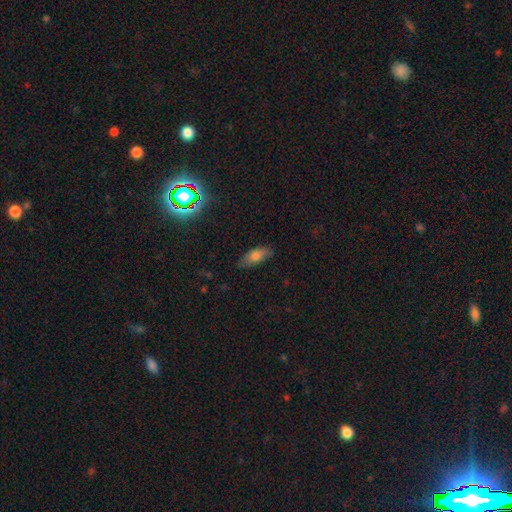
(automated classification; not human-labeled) A smooth galaxy with no disk features (76%) that is in between round and cigar-shaped (78%). Merging: none (81%).